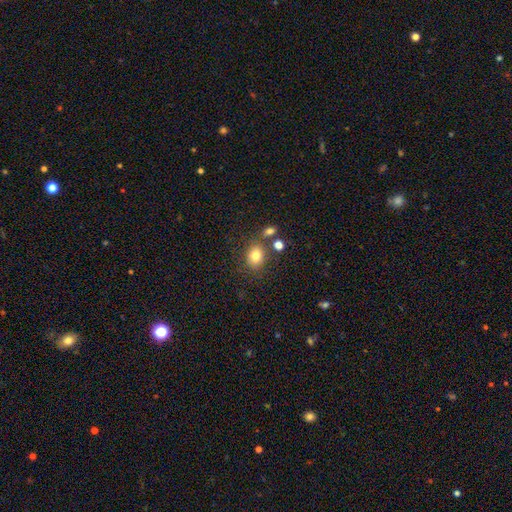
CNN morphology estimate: Q: Smooth or featured?
A: smooth (79%); runner-up: star or artifact (11%)
Q: How rounded?
A: in between (53%); runner-up: round (46%)
Q: Merging?
A: none (71%); runner-up: minor disturbance (13%)